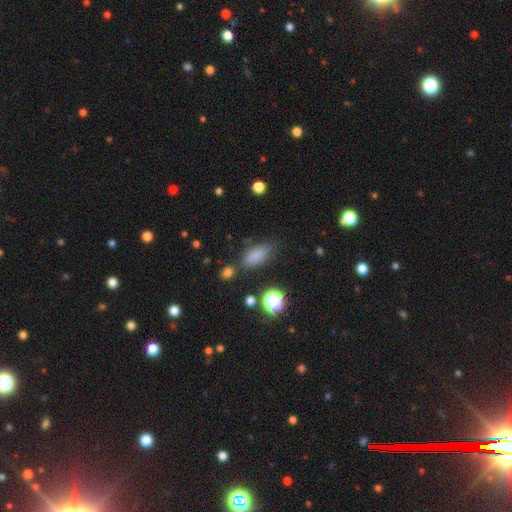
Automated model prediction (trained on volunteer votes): Overall: smooth (79%). How rounded: in between (83%). Merging: none (72%).